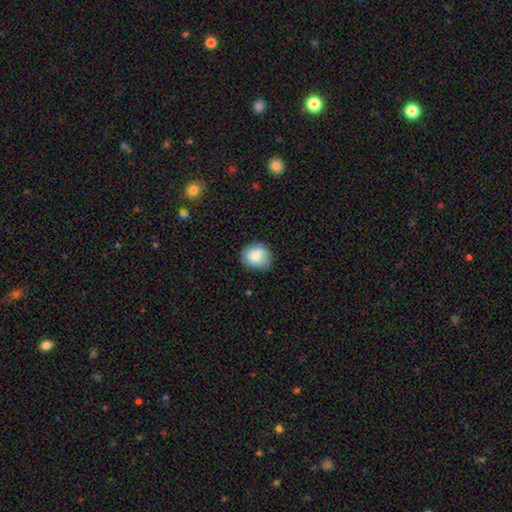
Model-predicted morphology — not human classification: The model was most divided on "how rounded": round: 75%, in between: 24%, cigar-shaped: 1%. More confident: smooth or featured — smooth (82%); merging — none (75%).